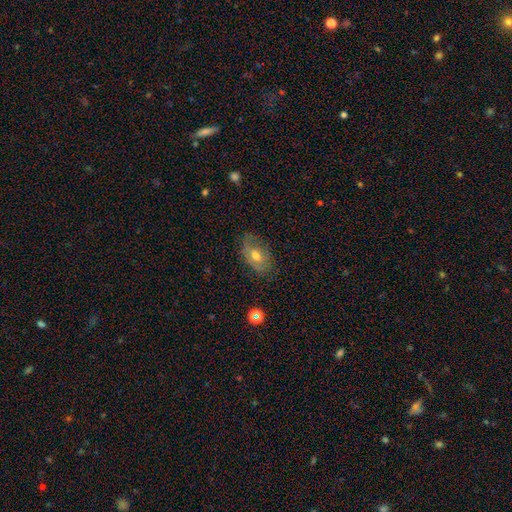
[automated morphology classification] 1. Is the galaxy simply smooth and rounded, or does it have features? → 50% featured or disk, 39% smooth, 11% star or artifact.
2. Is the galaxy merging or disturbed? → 67% none, 23% minor disturbance, 9% major disturbance, 2% merger.